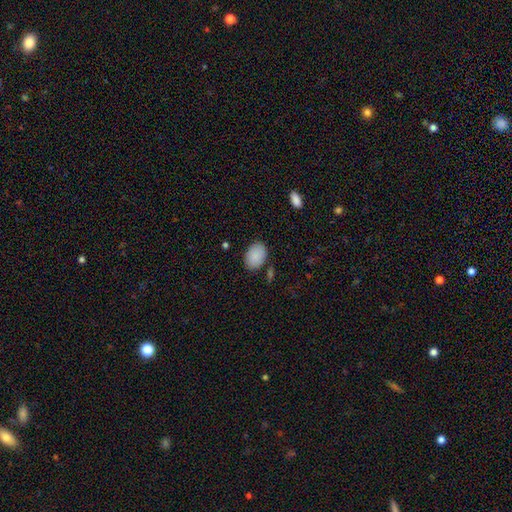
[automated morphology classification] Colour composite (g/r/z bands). It shows a smooth galaxy with no disk features (89%) that is in between round and cigar-shaped (83%). Merging: none (82%).